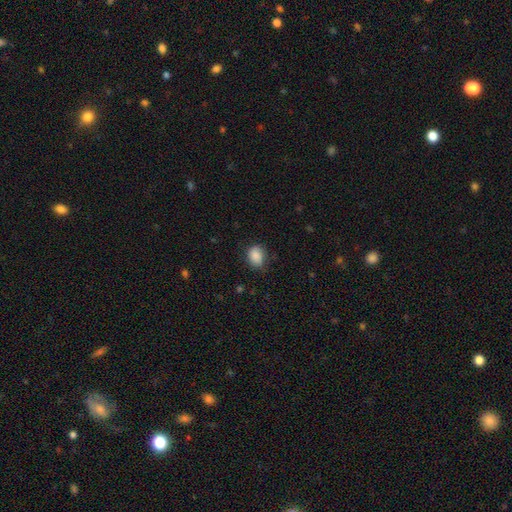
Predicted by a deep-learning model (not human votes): smooth 87%, star or artifact 8%, featured or disk 5%. Down the decision tree: how rounded — in between (60%); merging — none (73%).